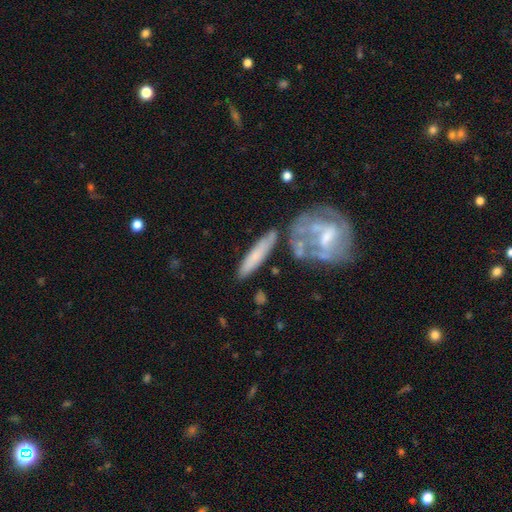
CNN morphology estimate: A smooth galaxy with no disk features (56%) that is cigar-shaped (79%).

Vote fractions:
- Smooth or featured? smooth: 56% / featured or disk: 37% / star or artifact: 7%
- How rounded? cigar-shaped: 79% / in between: 18% / round: 3%
- Merging? none: 68% / minor disturbance: 15% / merger: 11% / major disturbance: 6%